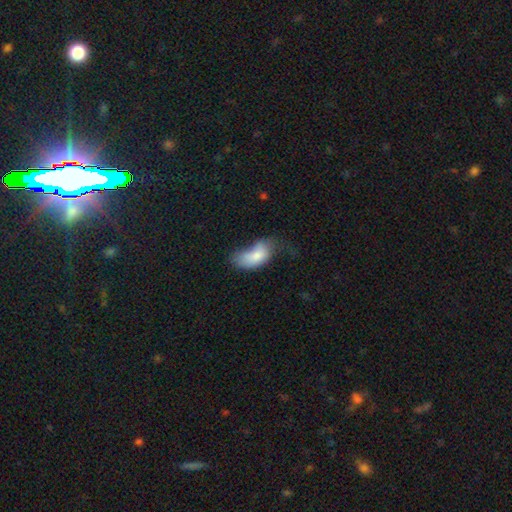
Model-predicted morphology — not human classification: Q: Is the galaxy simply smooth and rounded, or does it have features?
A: smooth — 74%.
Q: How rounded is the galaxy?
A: in between — 92%.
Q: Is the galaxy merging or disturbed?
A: major disturbance — 41%.